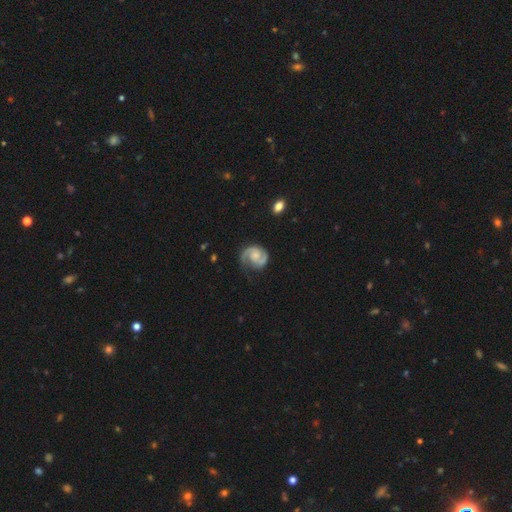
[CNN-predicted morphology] Smooth or featured? featured or disk (84%)
Edge-on disk? no (98%)
Bar? no (63%)
Spiral arms? yes (97%)
Spiral winding? medium (48%)
Spiral arm count? 2 (82%)
Bulge size? small (41%)
Merging? none (65%)